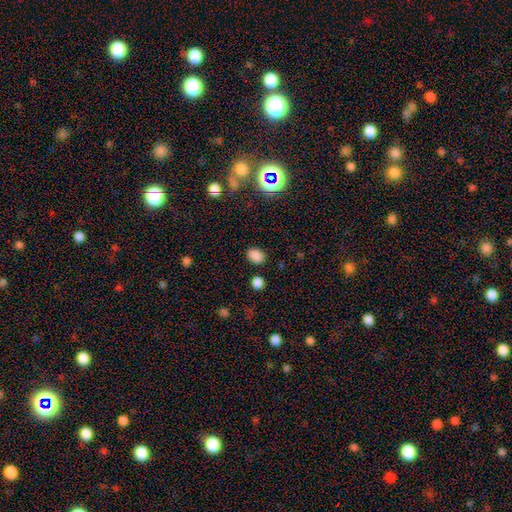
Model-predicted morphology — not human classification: Smooth or featured? Predicted: smooth (p=0.82). How rounded? Predicted: in between (p=0.59). Merging? Predicted: none (p=0.85).